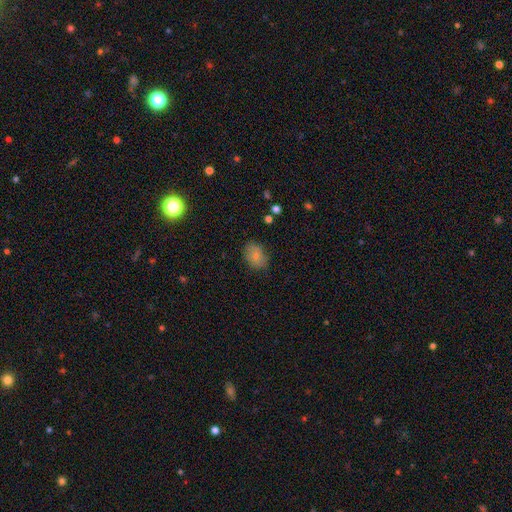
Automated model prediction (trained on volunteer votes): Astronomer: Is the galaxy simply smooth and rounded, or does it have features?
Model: smooth — 77%.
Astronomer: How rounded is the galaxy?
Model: in between — 70%.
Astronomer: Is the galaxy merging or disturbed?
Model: none — 76%.